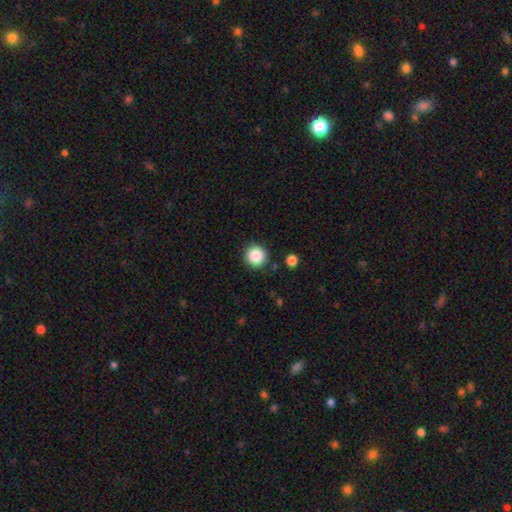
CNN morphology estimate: Overall: smooth (86%). How rounded: round (95%). Merging: none (88%).